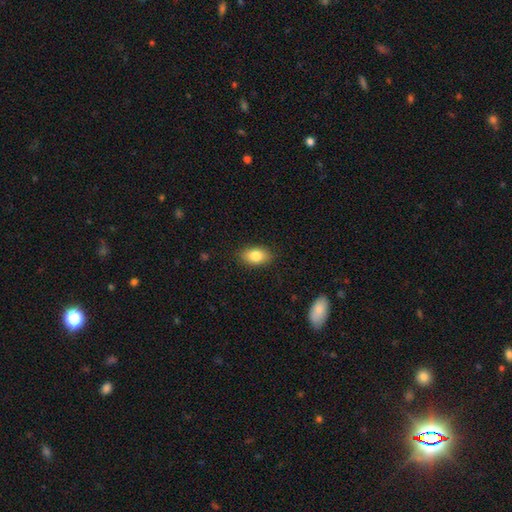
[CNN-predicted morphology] The model was most divided on "smooth or featured": smooth: 82%, featured or disk: 10%, star or artifact: 8%. More confident: how rounded — in between (88%); merging — none (87%).